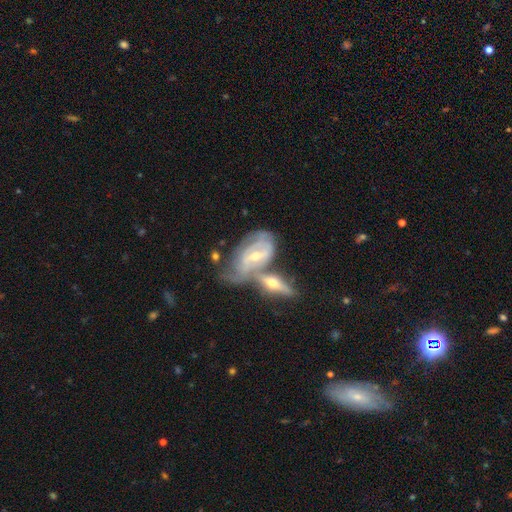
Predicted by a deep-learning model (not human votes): A featured or disk galaxy (81%) with a weak bar (45%), 2 (39%) tight (54%) spiral arms (88%) and a moderate central bulge (51%).

Vote fractions:
- Smooth or featured? featured or disk: 81% / smooth: 14% / star or artifact: 5%
- Edge-on disk? no: 89% / yes: 11%
- Bar? weak: 45% / no: 31% / strong: 24%
- Spiral arms? yes: 88% / no: 12%
- Spiral winding? tight: 54% / medium: 34% / loose: 12%
- Spiral arm count? 2: 39% / can't tell: 38% / 3: 12% / 1: 4% / 4: 4% / more than 4: 2%
- Bulge size? moderate: 51% / small: 45% / large: 2% / none: 1% / dominant: 1%
- Merging? merger: 48% / none: 27% / minor disturbance: 15% / major disturbance: 9%